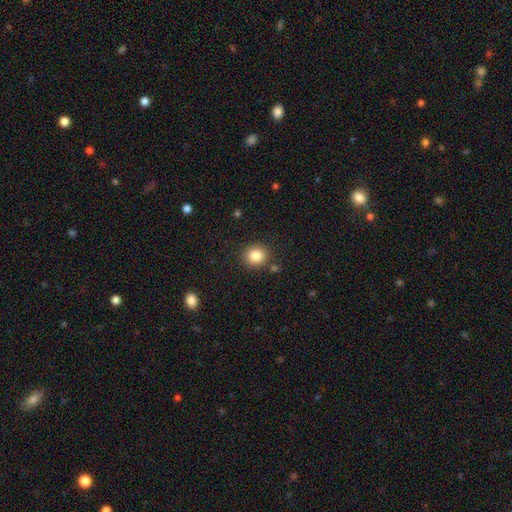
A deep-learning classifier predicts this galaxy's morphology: A smooth galaxy with no disk features (85%) that is round (81%).

Vote fractions:
- Smooth or featured? smooth: 85% / star or artifact: 10% / featured or disk: 5%
- How rounded? round: 81% / in between: 18% / cigar-shaped: 1%
- Merging? none: 86% / minor disturbance: 8% / merger: 3% / major disturbance: 3%